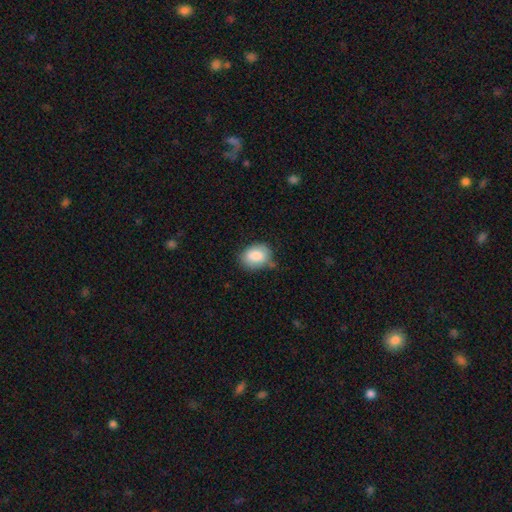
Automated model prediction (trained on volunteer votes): A smooth galaxy with no disk features (83%) that is in between round and cigar-shaped (66%). Merging: none (66%).